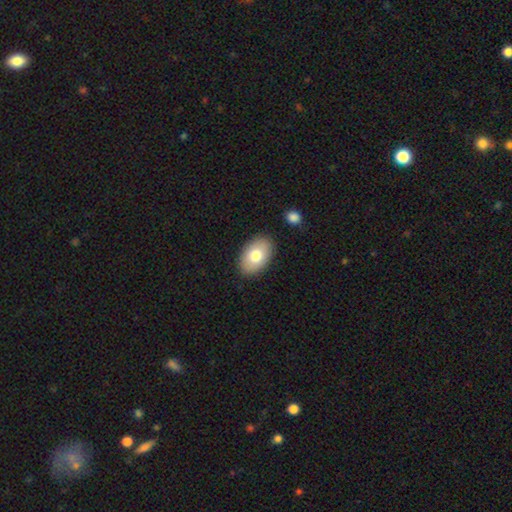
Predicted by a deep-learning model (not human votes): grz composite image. It shows a smooth galaxy with no disk features (76%) that is in between round and cigar-shaped (91%). Merging: none (87%).